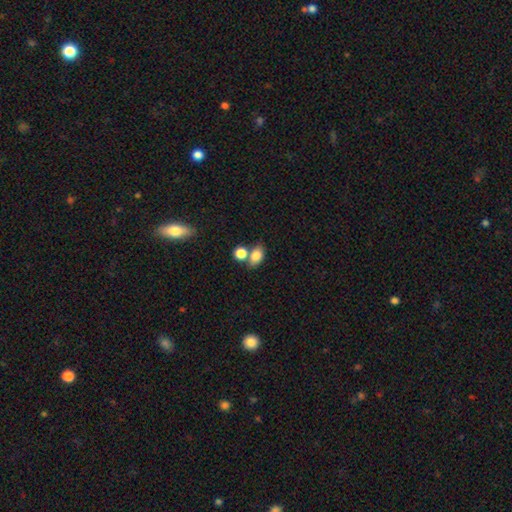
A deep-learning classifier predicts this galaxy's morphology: This is clearly a smooth galaxy (81%). How rounded: likely in between (74%). Merging: possibly none (49%).